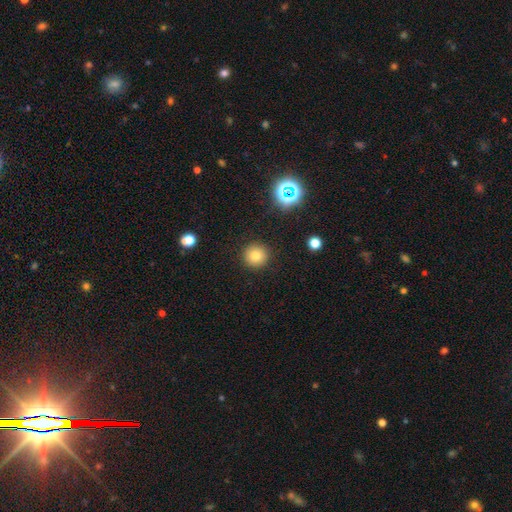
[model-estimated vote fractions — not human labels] Morphology: type=smooth (77%); roundness=round (95%); merging=none (91%).